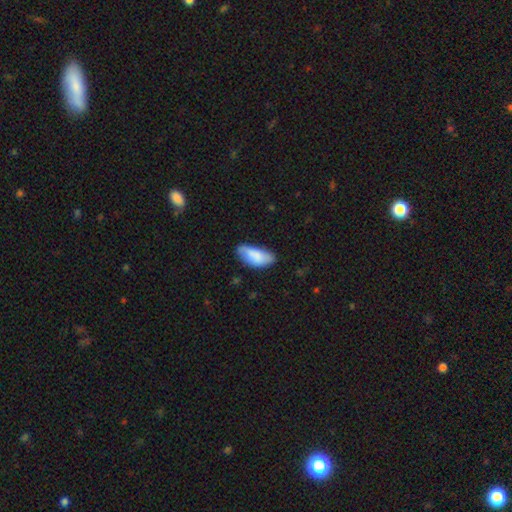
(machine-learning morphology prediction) type=smooth (80%); roundness=in between (90%); merging=none (59%).